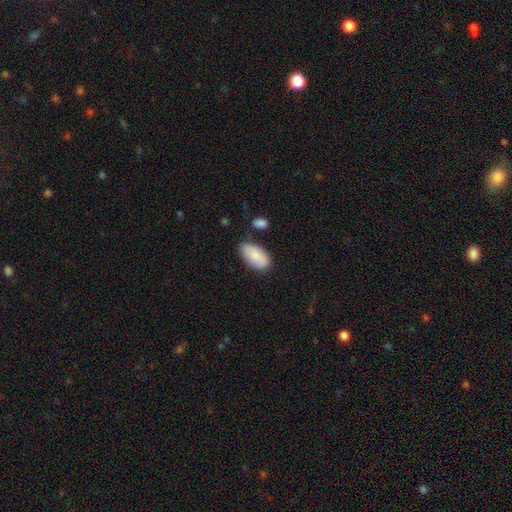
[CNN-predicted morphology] Overall: smooth (83%). How rounded: in between (94%). Merging: none (70%).